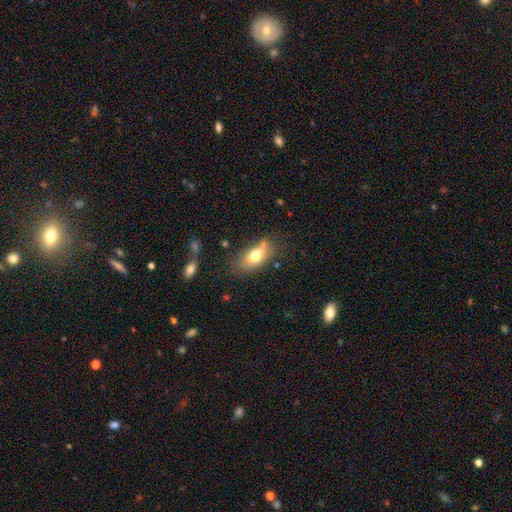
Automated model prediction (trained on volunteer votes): smooth 69%, featured or disk 23%, star or artifact 8%. Down the decision tree: how rounded — in between (83%); merging — none (56%).